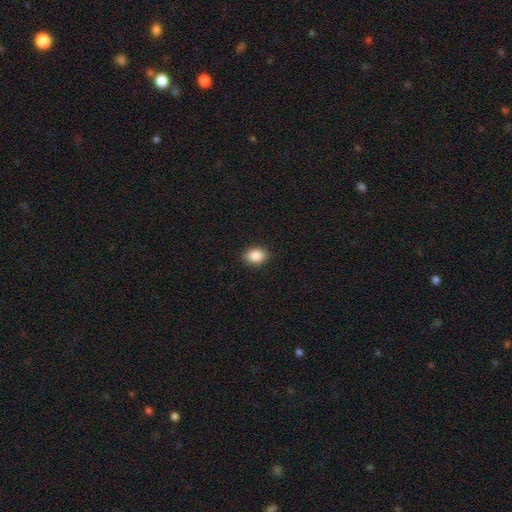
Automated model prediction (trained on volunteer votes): smooth_or_featured: smooth (p=0.87) [alt: star or artifact p=0.08]
how_rounded: in between (p=0.71) [alt: round p=0.28]
merging: none (p=0.90) [alt: minor disturbance p=0.07]